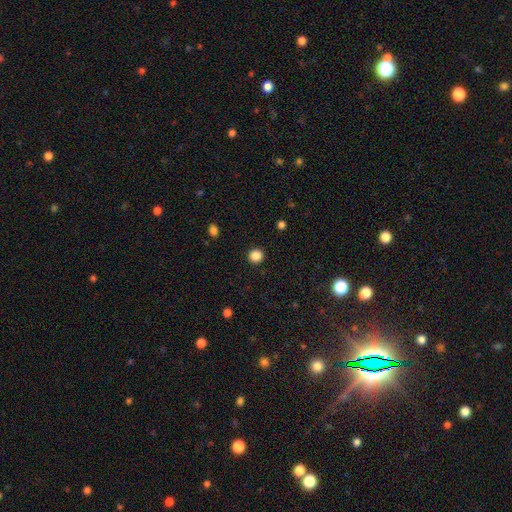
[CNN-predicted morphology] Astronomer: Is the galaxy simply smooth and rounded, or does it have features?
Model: smooth — 86%.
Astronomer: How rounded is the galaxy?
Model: round — 92%.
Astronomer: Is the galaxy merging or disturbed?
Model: none — 92%.